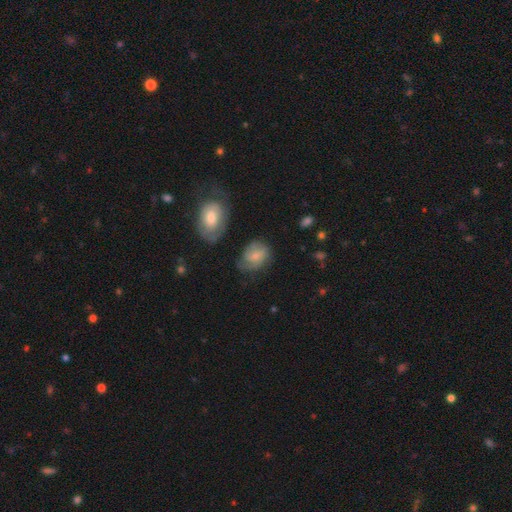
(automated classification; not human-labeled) The model was most divided on "smooth or featured": smooth: 51%, featured or disk: 42%, star or artifact: 8%. More confident: how rounded — in between (60%); merging — none (55%).